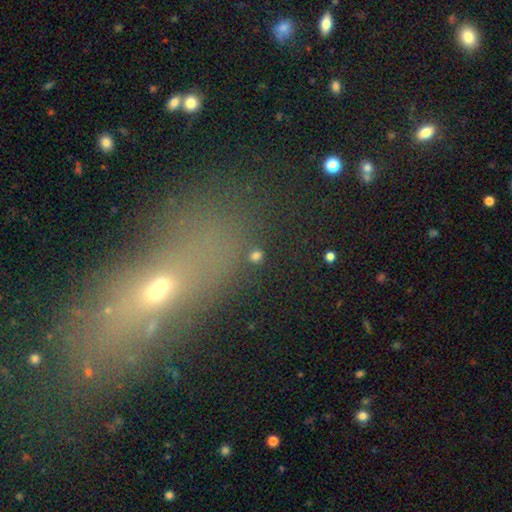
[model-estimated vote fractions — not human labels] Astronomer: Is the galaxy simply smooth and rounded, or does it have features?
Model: smooth — 70%.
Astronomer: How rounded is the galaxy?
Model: round — 83%.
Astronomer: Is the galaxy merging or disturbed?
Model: none — 83%.